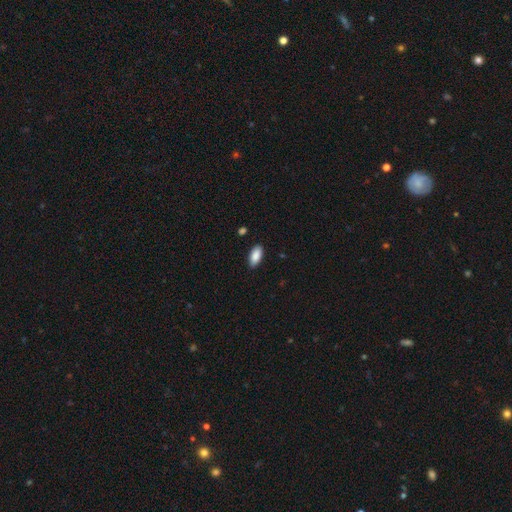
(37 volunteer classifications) Smooth or featured? 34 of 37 (92%) said smooth. How rounded? 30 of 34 (88%) said in between. Merging? 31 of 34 (91%) said none.